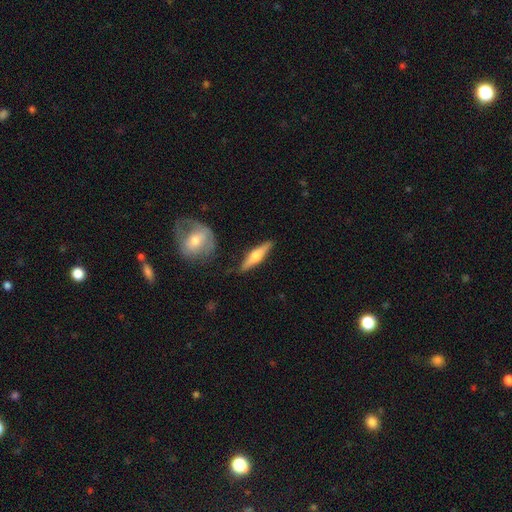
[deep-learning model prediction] Morphology: type=featured or disk (60%); edge-on=yes (95%); edge-on bulge=rounded (89%); merging=none (86%).